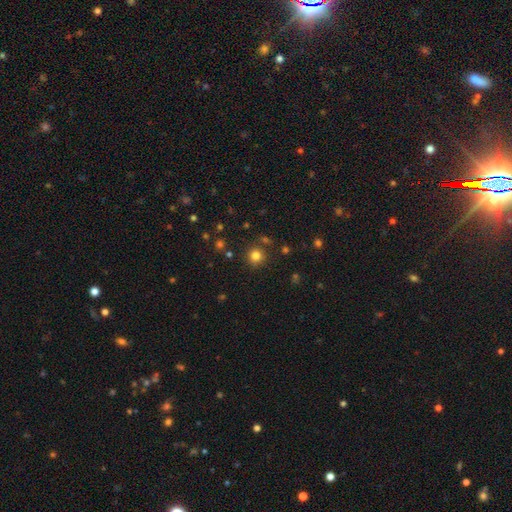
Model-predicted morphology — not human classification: Q: Smooth or featured?
A: smooth (79%); runner-up: star or artifact (15%)
Q: How rounded?
A: round (93%); runner-up: in between (6%)
Q: Merging?
A: none (85%); runner-up: minor disturbance (8%)